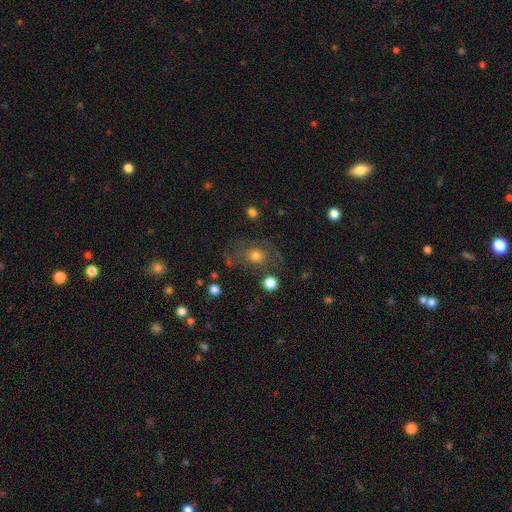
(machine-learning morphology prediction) Smooth or featured? Predicted: smooth (p=0.59). How rounded? Predicted: round (p=0.65). Merging? Predicted: none (p=0.59).